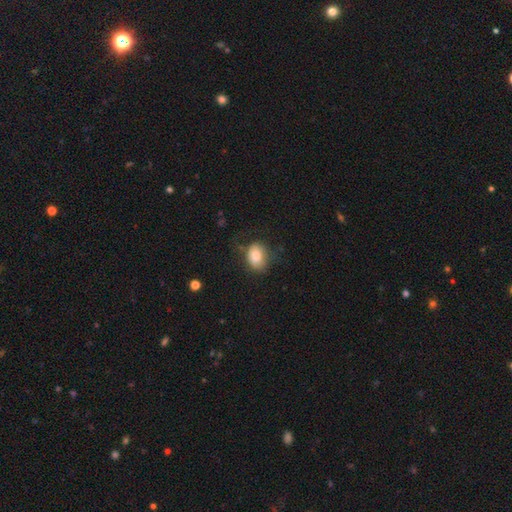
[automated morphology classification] Smooth or featured? smooth (80%)
How rounded? in between (66%)
Merging? none (65%)